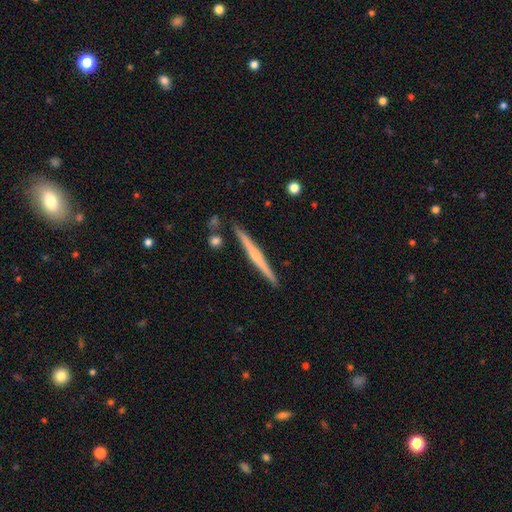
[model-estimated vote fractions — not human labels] Overall: featured or disk (63%; smooth 31%). Edge-on disk: yes (98%). Edge-on bulge: none (46%; rounded 44%). Merging: none (89%).